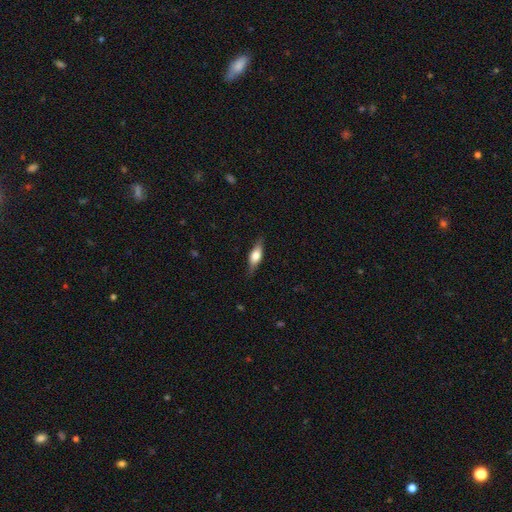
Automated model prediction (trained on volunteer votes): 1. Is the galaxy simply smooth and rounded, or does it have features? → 52% smooth, 41% featured or disk, 7% star or artifact.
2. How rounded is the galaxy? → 58% in between, 38% cigar-shaped, 4% round.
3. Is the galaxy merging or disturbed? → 82% none, 14% minor disturbance, 3% major disturbance, 1% merger.